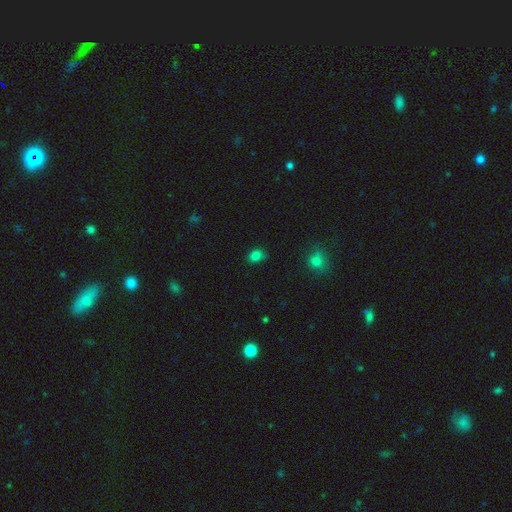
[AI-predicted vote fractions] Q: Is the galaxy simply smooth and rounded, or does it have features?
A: smooth — 81%.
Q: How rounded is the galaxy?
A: in between — 52%.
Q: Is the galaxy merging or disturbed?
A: none — 76%.